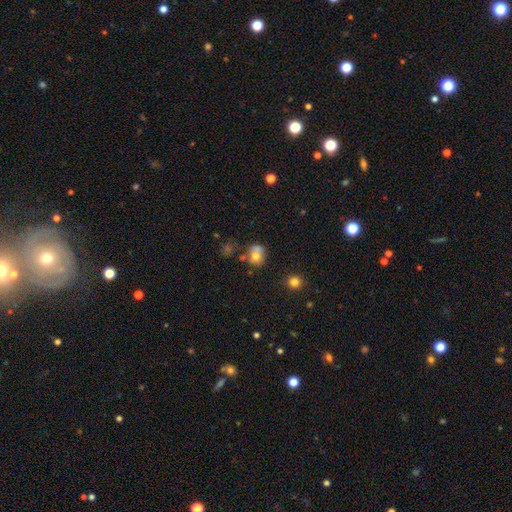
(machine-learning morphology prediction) Q: Smooth or featured?
A: smooth (67%); runner-up: featured or disk (22%)
Q: How rounded?
A: round (66%); runner-up: in between (33%)
Q: Merging?
A: none (44%); runner-up: merger (28%)